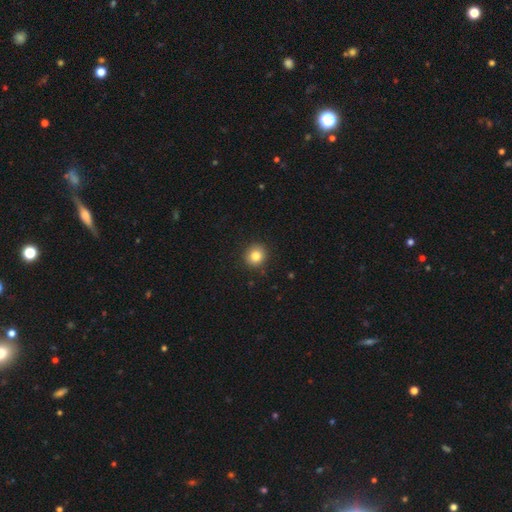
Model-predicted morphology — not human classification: Q: Smooth or featured?
A: smooth (82%); runner-up: star or artifact (11%)
Q: How rounded?
A: round (90%); runner-up: in between (9%)
Q: Merging?
A: none (91%); runner-up: minor disturbance (6%)